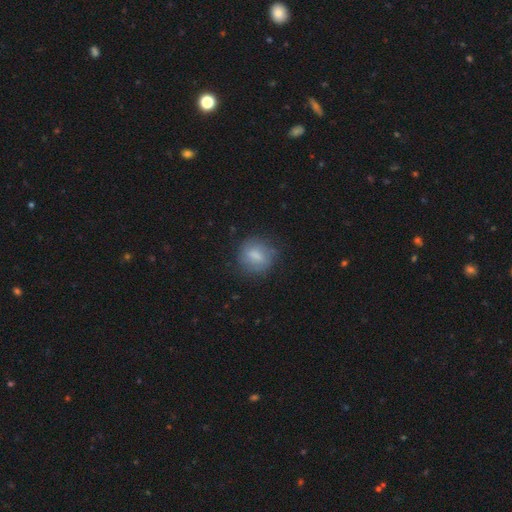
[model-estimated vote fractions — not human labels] Smooth or featured? Predicted: smooth (p=0.69). How rounded? Predicted: round (p=0.71). Merging? Predicted: none (p=0.72).